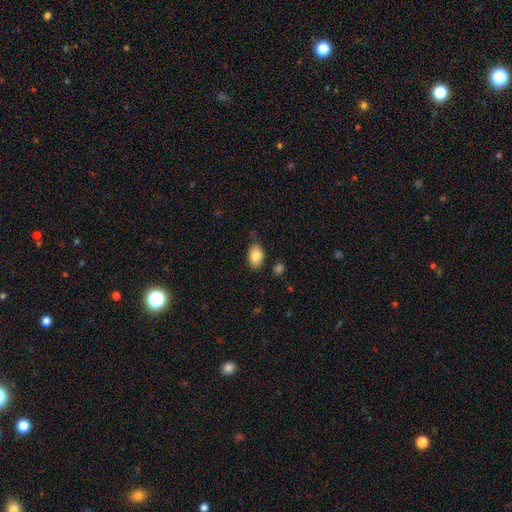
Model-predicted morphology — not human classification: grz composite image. It shows a smooth galaxy with no disk features (85%) that is in between round and cigar-shaped (90%). Merging: none (76%).